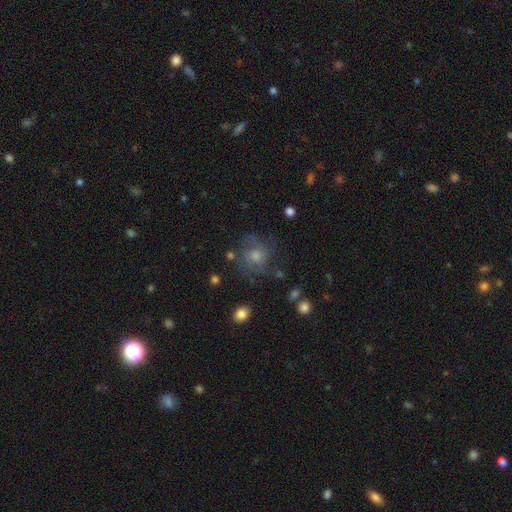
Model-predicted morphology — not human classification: A featured or disk galaxy (49%).

Vote fractions:
- Smooth or featured? featured or disk: 49% / smooth: 31% / star or artifact: 21%
- Merging? none: 73% / minor disturbance: 15% / major disturbance: 9% / merger: 2%